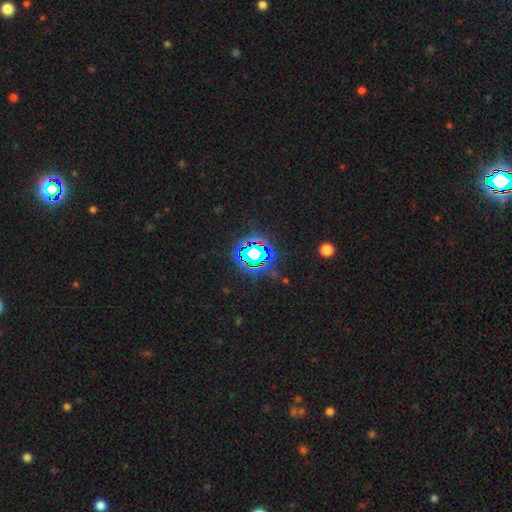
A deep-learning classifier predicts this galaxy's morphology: A star or artifact, not a galaxy (73%).

Vote fractions:
- Smooth or featured? star or artifact: 73% / smooth: 16% / featured or disk: 11%